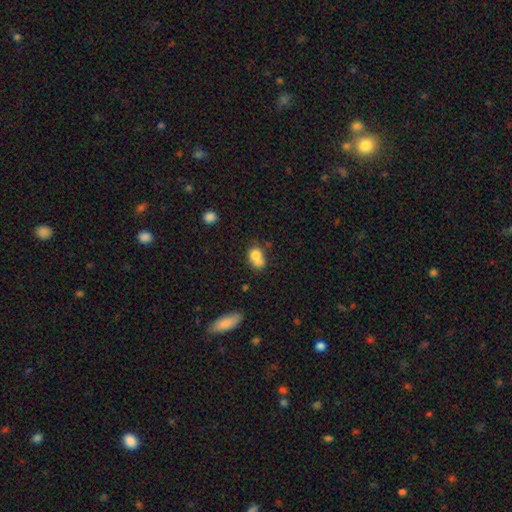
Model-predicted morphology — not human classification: smooth 74%, featured or disk 16%, star or artifact 10%. Down the decision tree: how rounded — round (51%); merging — merger (56%).